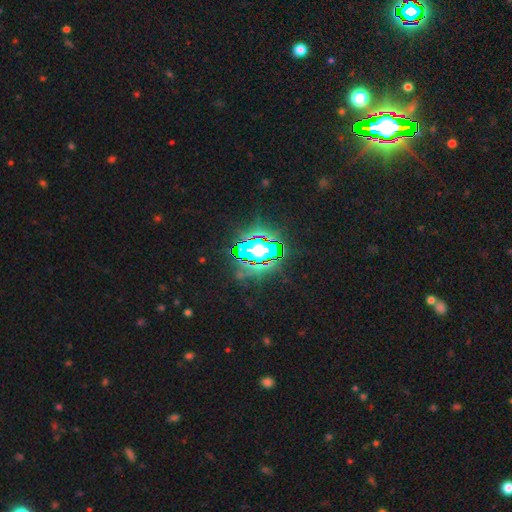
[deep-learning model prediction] smooth-or-featured: star or artifact: 85% | smooth: 8% | featured or disk: 7%